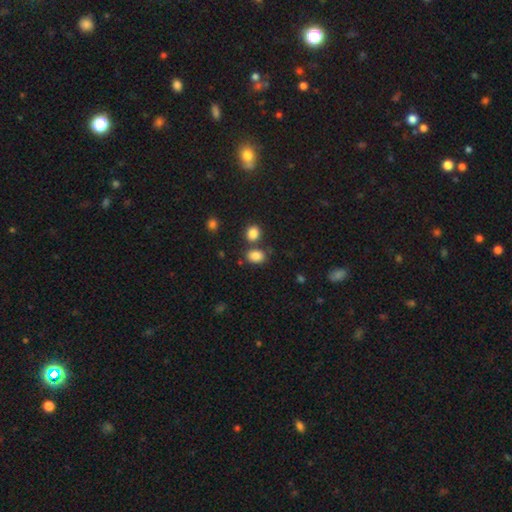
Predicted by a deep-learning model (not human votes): This is clearly a smooth galaxy (84%). How rounded: likely in between (68%). Merging: likely none (65%).